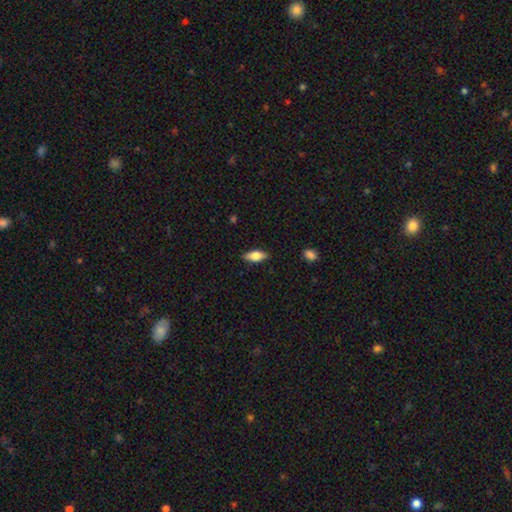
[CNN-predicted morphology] This appears to be a smooth galaxy with no disk features (68%) that is in between round and cigar-shaped (78%). Merging: none (87%).